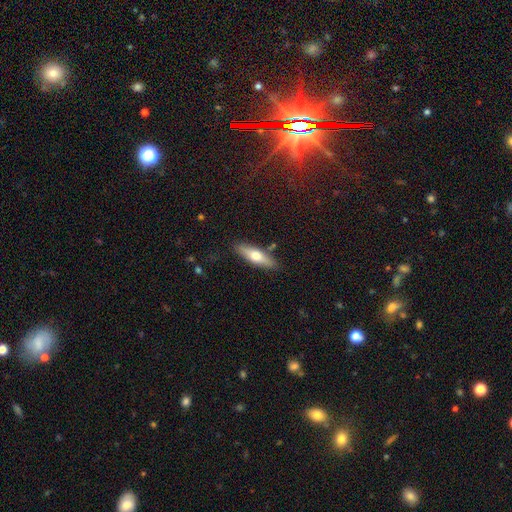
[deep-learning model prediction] smooth_or_featured: smooth (p=0.54) [alt: featured or disk p=0.40]
how_rounded: cigar-shaped (p=0.60) [alt: in between p=0.38]
merging: none (p=0.84) [alt: minor disturbance p=0.11]